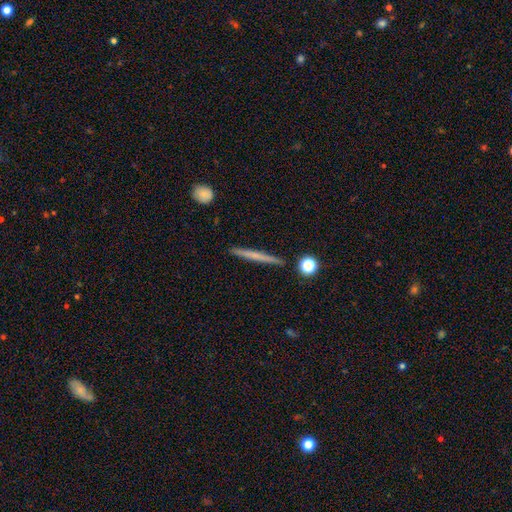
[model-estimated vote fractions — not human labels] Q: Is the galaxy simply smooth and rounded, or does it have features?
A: smooth — 51%.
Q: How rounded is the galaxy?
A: cigar-shaped — 95%.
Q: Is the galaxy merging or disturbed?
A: none — 91%.